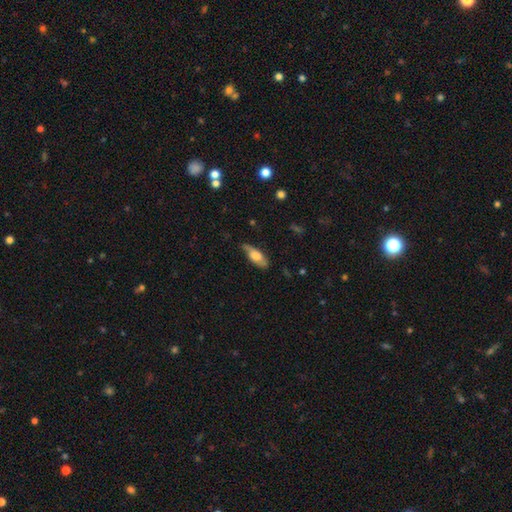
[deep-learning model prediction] Overall: smooth (58%; featured or disk 35%). How rounded: in between (72%). Merging: none (66%; minor disturbance 26%).